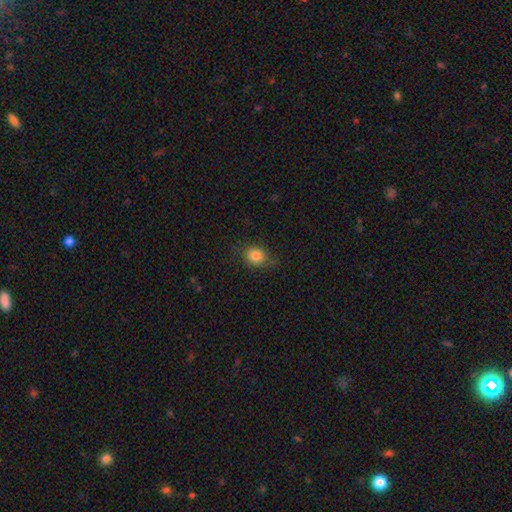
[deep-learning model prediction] Smooth or featured: smooth — 83% (star or artifact — 11%)
How rounded: round — 61% (in between — 38%)
Merging: none — 79% (minor disturbance — 16%)